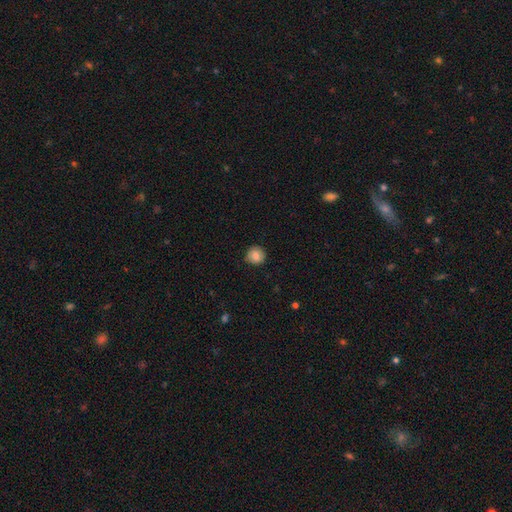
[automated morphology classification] This is clearly a smooth galaxy (80%). How rounded: clearly round (91%). Merging: clearly none (86%).